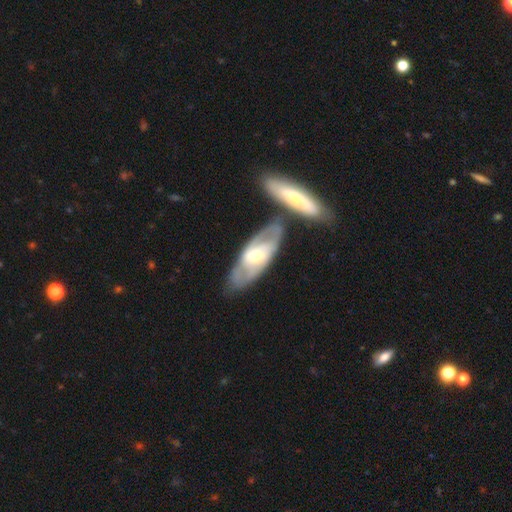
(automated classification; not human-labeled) Smooth or featured?
  - featured or disk: 67% *
  - smooth: 28%
  - star or artifact: 5%
Edge-on disk?
  - no: 82% *
  - yes: 18%
Bar?
  - no: 42% *
  - weak: 36%
  - strong: 22%
Spiral arms?
  - yes: 65% *
  - no: 35%
Bulge size?
  - moderate: 65% *
  - small: 23%
  - large: 10%
  - none: 1%
  - dominant: 1%
Merging?
  - none: 65% *
  - merger: 16%
  - minor disturbance: 14%
  - major disturbance: 5%